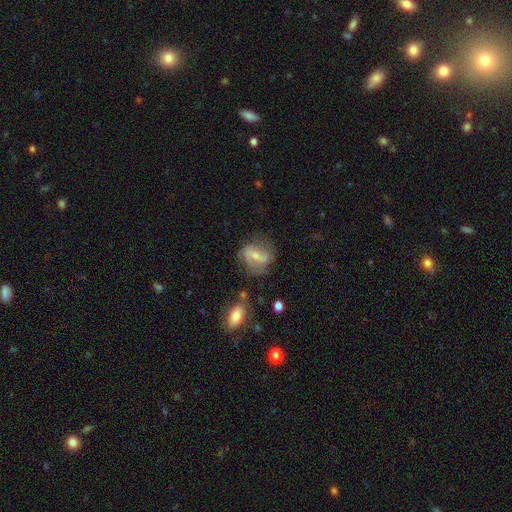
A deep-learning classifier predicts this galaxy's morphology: This is possibly a featured or disk galaxy (59%). It is clearly not viewed edge-on (95%). Bar: marginally weak (42%). Spiral arm pattern: likely yes (78%). Central bulge: possibly small (53%). Merging: possibly none (57%).